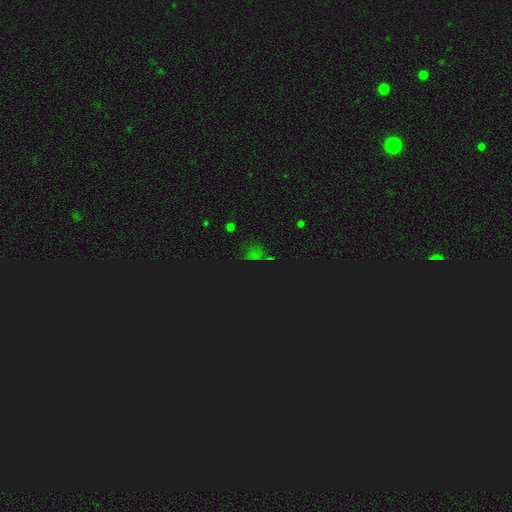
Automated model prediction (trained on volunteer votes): A star or artifact, not a galaxy (67%).

Vote fractions:
- Smooth or featured? star or artifact: 67% / smooth: 26% / featured or disk: 7%